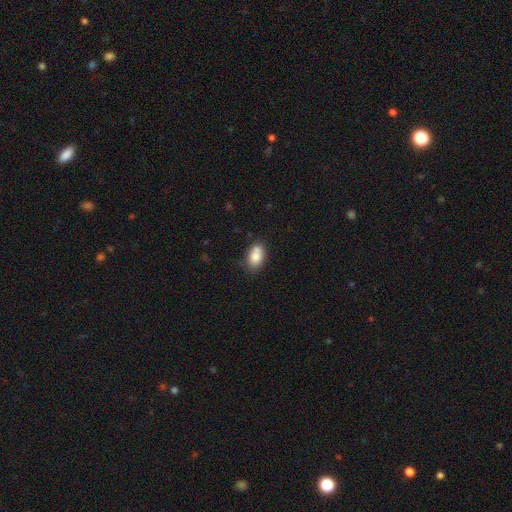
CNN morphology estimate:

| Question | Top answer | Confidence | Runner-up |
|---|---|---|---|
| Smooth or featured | smooth | 81% | featured or disk (10%) |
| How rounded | in between | 85% | round (12%) |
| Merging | none | 56% | minor disturbance (22%) |